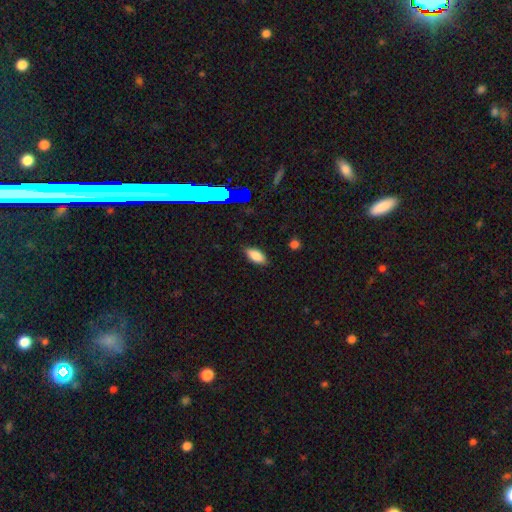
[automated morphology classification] Q: Smooth or featured?
A: smooth (83%); runner-up: star or artifact (10%)
Q: How rounded?
A: in between (90%); runner-up: cigar-shaped (7%)
Q: Merging?
A: none (84%); runner-up: minor disturbance (12%)